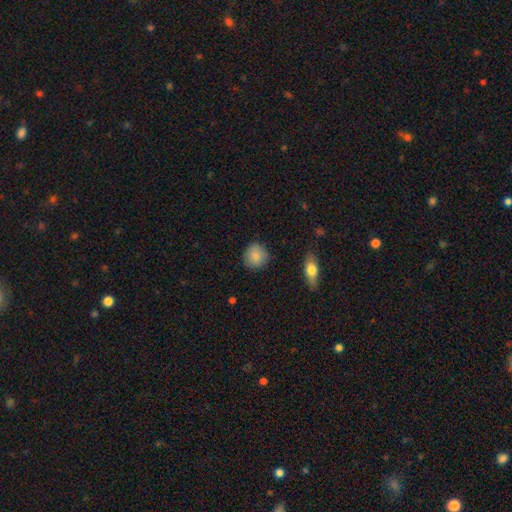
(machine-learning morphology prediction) A smooth galaxy with no disk features (86%) that is round (89%).

Vote fractions:
- Smooth or featured? smooth: 86% / featured or disk: 7% / star or artifact: 7%
- How rounded? round: 89% / in between: 10% / cigar-shaped: 1%
- Merging? none: 87% / minor disturbance: 9% / major disturbance: 2% / merger: 1%